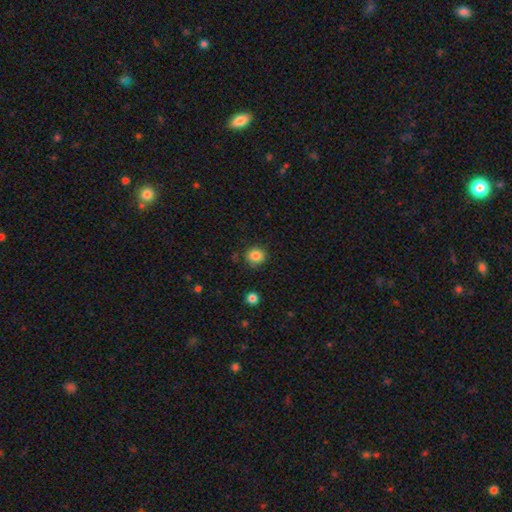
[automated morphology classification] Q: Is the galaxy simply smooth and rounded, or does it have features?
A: smooth — 85%.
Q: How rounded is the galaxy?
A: round — 81%.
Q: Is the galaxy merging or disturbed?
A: none — 85%.